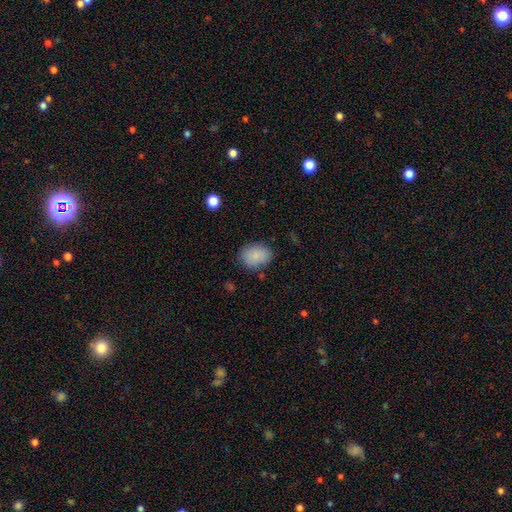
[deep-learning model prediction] Smooth or featured? Predicted: smooth (p=0.87). How rounded? Predicted: in between (p=0.76). Merging? Predicted: none (p=0.82).